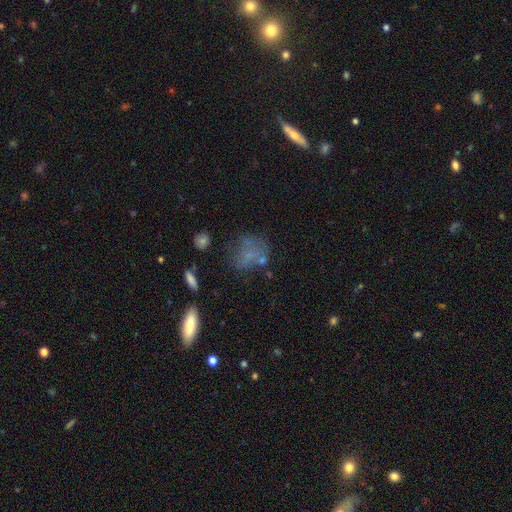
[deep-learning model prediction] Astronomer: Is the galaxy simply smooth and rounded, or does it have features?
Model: smooth — 52% (runner-up: featured or disk, 29%).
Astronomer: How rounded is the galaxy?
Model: in between — 54% (runner-up: round, 43%).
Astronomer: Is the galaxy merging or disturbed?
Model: none — 48%.